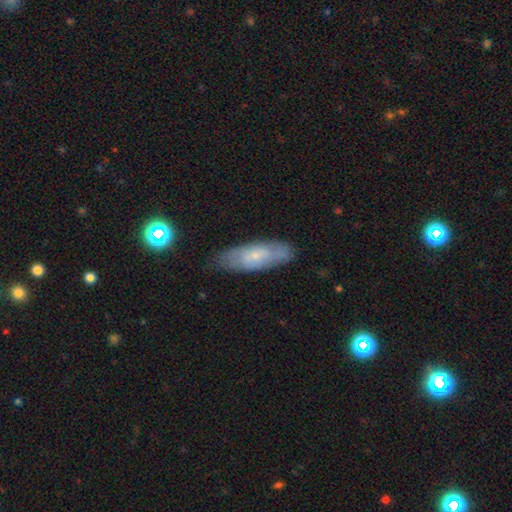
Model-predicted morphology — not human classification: Smooth or featured?
  - smooth: 54% *
  - featured or disk: 39%
  - star or artifact: 8%
How rounded?
  - in between: 58% *
  - cigar-shaped: 40%
  - round: 3%
Merging?
  - none: 76% *
  - minor disturbance: 19%
  - major disturbance: 4%
  - merger: 2%